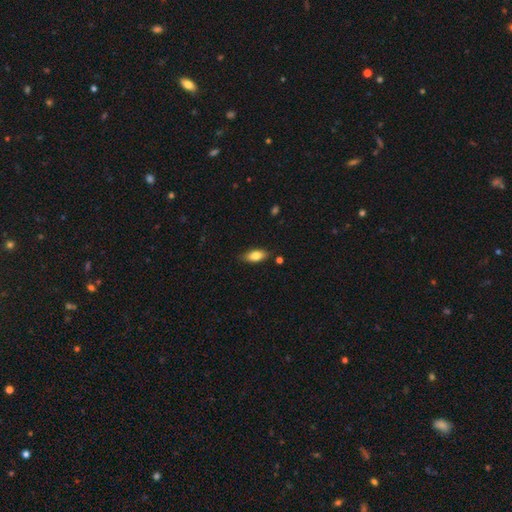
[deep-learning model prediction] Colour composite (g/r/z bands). It shows a smooth galaxy with no disk features (80%) that is in between round and cigar-shaped (85%). Merging: none (81%).